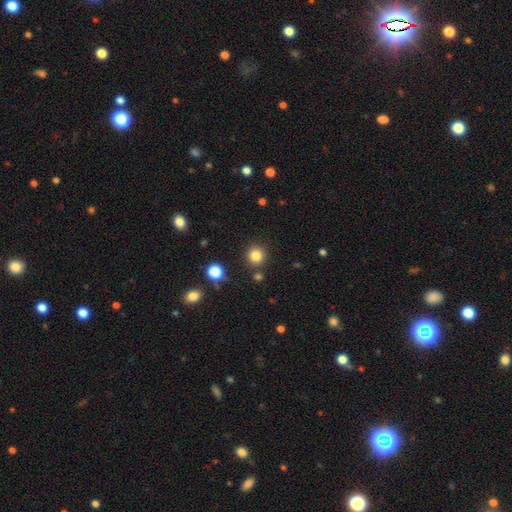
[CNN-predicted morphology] This appears to be a smooth galaxy with no disk features (83%) that is round (93%). Merging: none (86%).